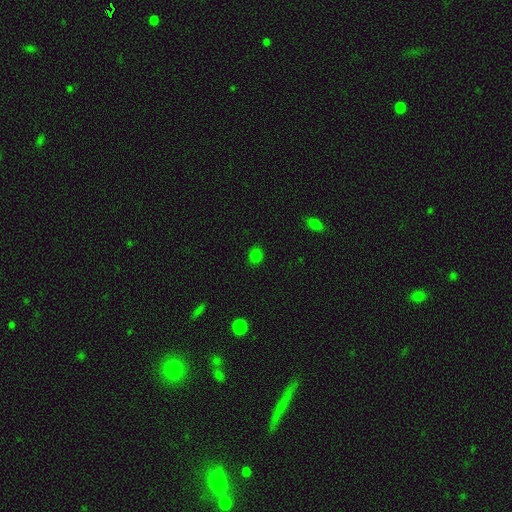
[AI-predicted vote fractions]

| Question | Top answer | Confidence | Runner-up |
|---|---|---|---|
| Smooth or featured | smooth | 80% | star or artifact (16%) |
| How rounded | round | 72% | in between (27%) |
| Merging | none | 88% | minor disturbance (8%) |